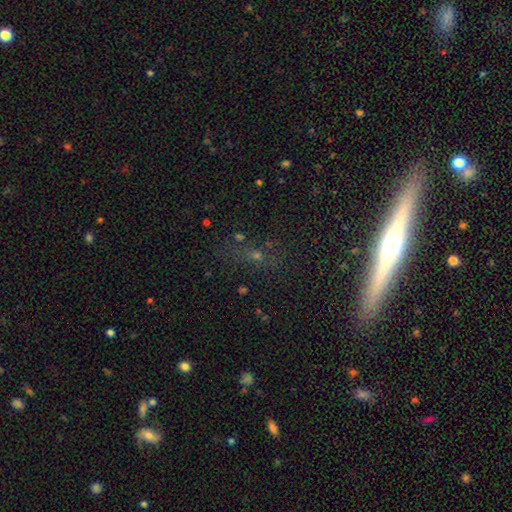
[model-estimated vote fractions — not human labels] Smooth or featured? star or artifact (38%)